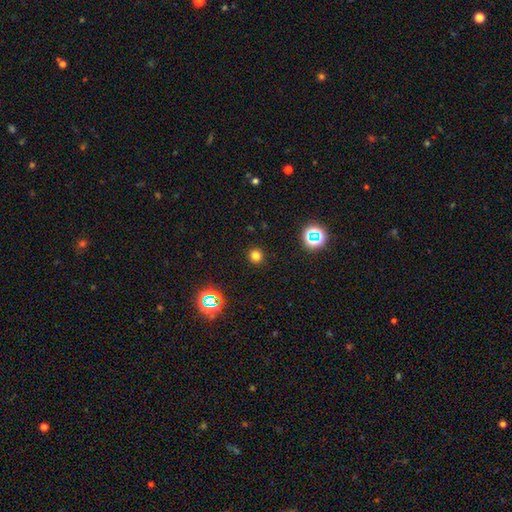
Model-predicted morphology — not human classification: Q: Smooth or featured?
A: smooth (75%); runner-up: star or artifact (21%)
Q: How rounded?
A: round (93%); runner-up: in between (6%)
Q: Merging?
A: none (91%); runner-up: minor disturbance (5%)